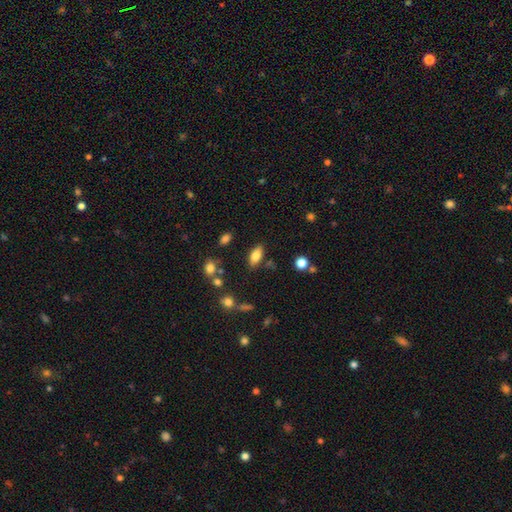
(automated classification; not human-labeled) Q: Smooth or featured?
A: smooth (79%); runner-up: featured or disk (13%)
Q: How rounded?
A: in between (88%); runner-up: cigar-shaped (8%)
Q: Merging?
A: none (80%); runner-up: minor disturbance (12%)